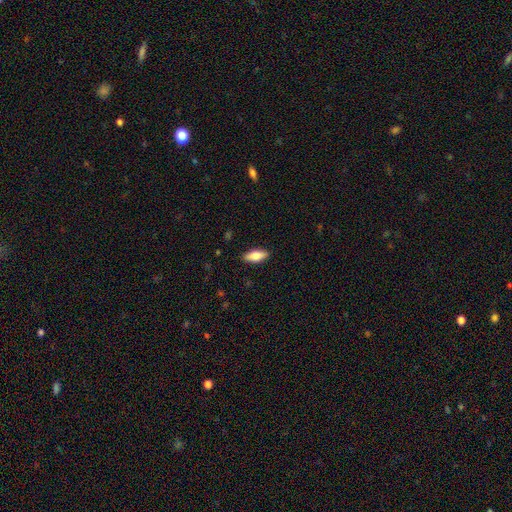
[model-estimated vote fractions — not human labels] A smooth galaxy with no disk features (76%) that is in between round and cigar-shaped (77%).

Vote fractions:
- Smooth or featured? smooth: 76% / featured or disk: 18% / star or artifact: 6%
- How rounded? in between: 77% / cigar-shaped: 21% / round: 2%
- Merging? none: 89% / minor disturbance: 8% / major disturbance: 2% / merger: 1%